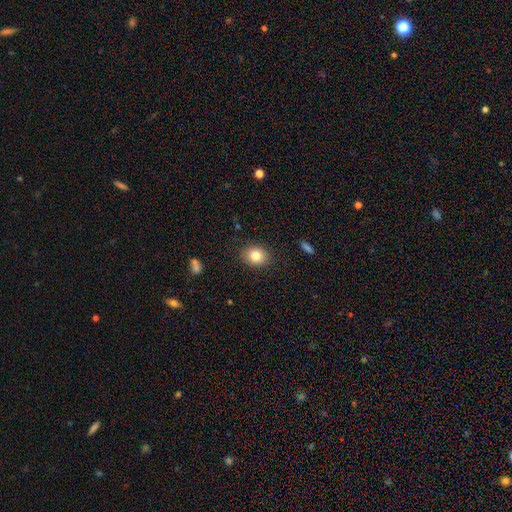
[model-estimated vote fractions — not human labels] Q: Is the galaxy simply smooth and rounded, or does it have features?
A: smooth — 81%.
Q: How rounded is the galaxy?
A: round — 55%.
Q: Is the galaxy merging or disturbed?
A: none — 88%.